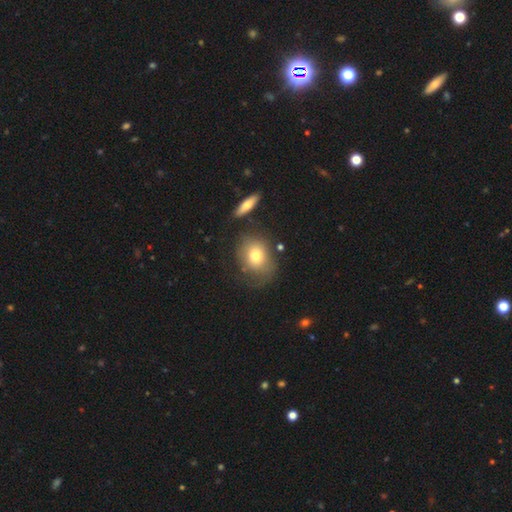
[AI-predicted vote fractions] A smooth galaxy with no disk features (72%) that is round (54%).

Vote fractions:
- Smooth or featured? smooth: 72% / featured or disk: 19% / star or artifact: 10%
- How rounded? round: 54% / in between: 45% / cigar-shaped: 1%
- Merging? none: 60% / minor disturbance: 21% / major disturbance: 13% / merger: 7%